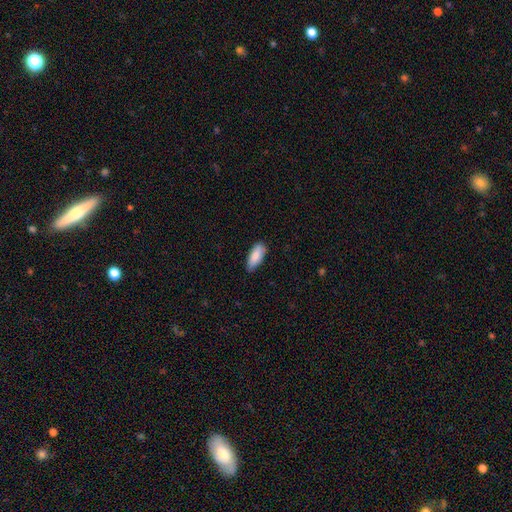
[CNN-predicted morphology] This appears to be a smooth galaxy with no disk features (88%) that is in between round and cigar-shaped (80%). Merging: none (79%).